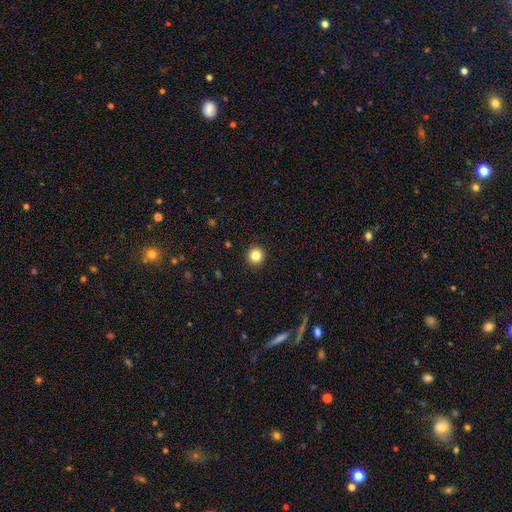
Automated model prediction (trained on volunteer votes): smooth-or-featured: smooth: 84% | star or artifact: 11% | featured or disk: 5%
  how-rounded: round: 95% | in between: 4% | cigar-shaped: 1%
  merging: none: 93% | minor disturbance: 4% | major disturbance: 2% | merger: 1%